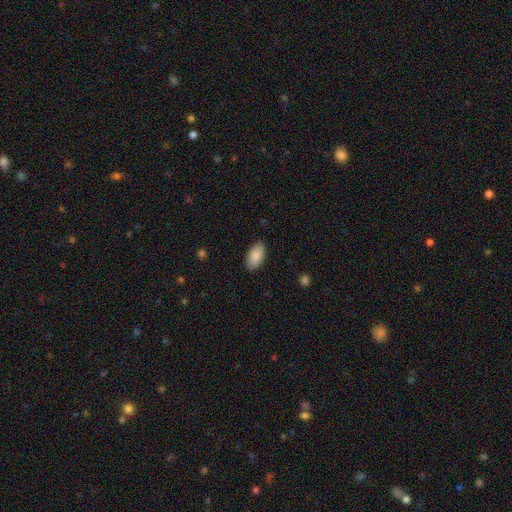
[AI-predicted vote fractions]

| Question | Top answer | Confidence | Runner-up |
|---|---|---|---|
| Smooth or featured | smooth | 88% | star or artifact (6%) |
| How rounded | in between | 95% | cigar-shaped (3%) |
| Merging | none | 87% | minor disturbance (9%) |